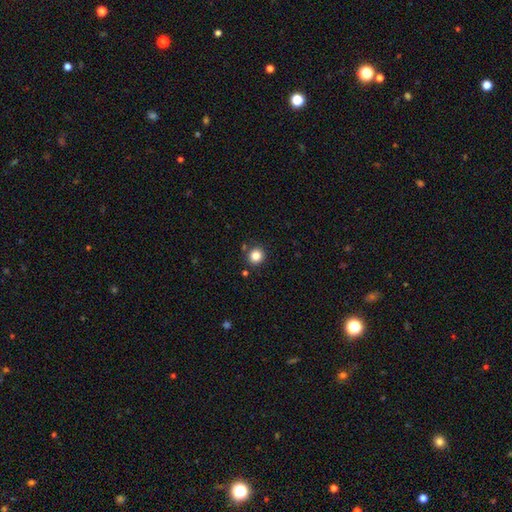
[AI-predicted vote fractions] This appears to be a smooth galaxy with no disk features (84%) that is round (91%). Merging: none (87%).